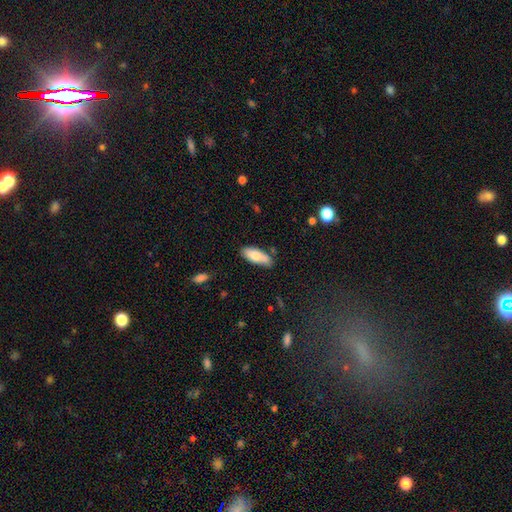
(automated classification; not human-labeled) smooth-or-featured: smooth: 78% | featured or disk: 16% | star or artifact: 7%
  how-rounded: in between: 77% | cigar-shaped: 21% | round: 2%
  merging: none: 70% | minor disturbance: 21% | merger: 6% | major disturbance: 4%